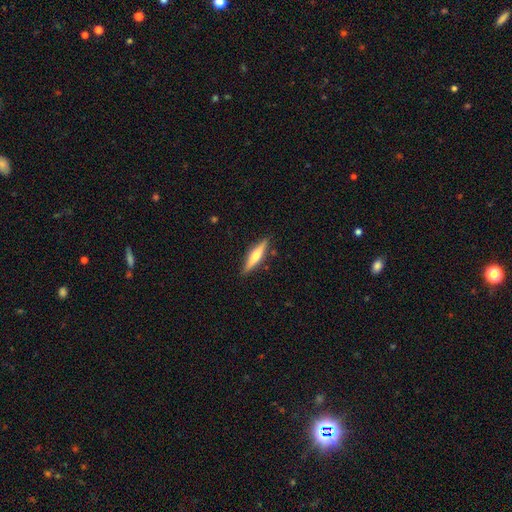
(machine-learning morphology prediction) smooth_or_featured: featured or disk (p=0.55) [alt: smooth p=0.39]
disk_edge_on: yes (p=0.96) [alt: no p=0.04]
edge_on_bulge: rounded (p=0.87) [alt: none p=0.07]
merging: none (p=0.88) [alt: minor disturbance p=0.08]